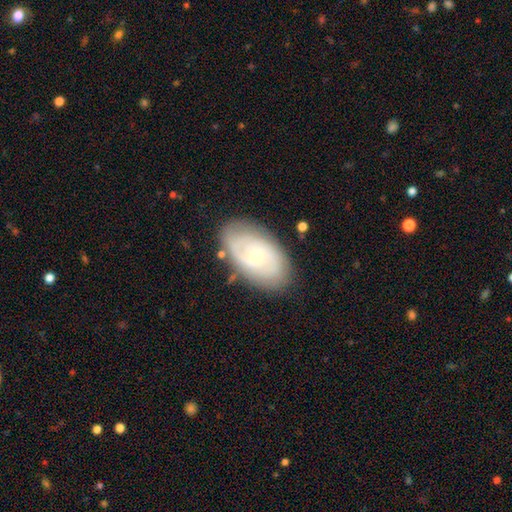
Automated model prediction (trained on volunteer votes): This appears to be a featured or disk galaxy (69%) with no bar (70%), 2 (59%) tight (47%) spiral arms (83%) and a small central bulge (64%). Merging: none (80%).